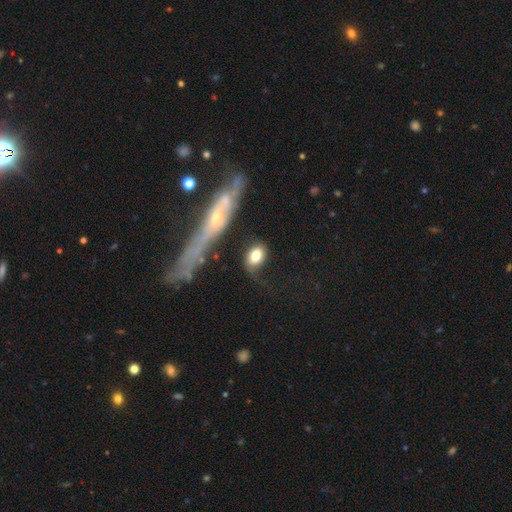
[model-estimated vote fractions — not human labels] Smooth or featured? Predicted: smooth (p=0.77). How rounded? Predicted: in between (p=0.72). Merging? Predicted: none (p=0.58).